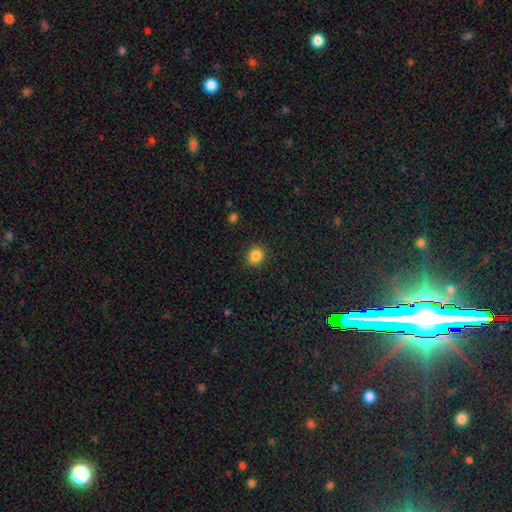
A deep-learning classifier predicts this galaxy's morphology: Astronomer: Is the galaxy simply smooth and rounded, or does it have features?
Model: smooth — 86%.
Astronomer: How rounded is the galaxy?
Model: round — 66%.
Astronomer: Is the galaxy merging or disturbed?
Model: none — 90%.